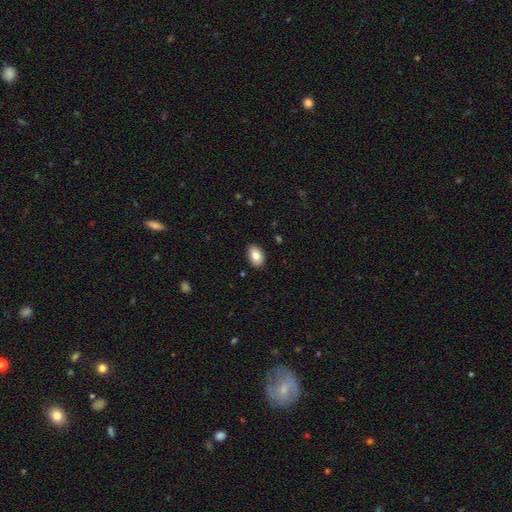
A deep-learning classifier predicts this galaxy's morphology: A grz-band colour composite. It shows a smooth galaxy with no disk features (83%) that is in between round and cigar-shaped (89%). Merging: none (89%).